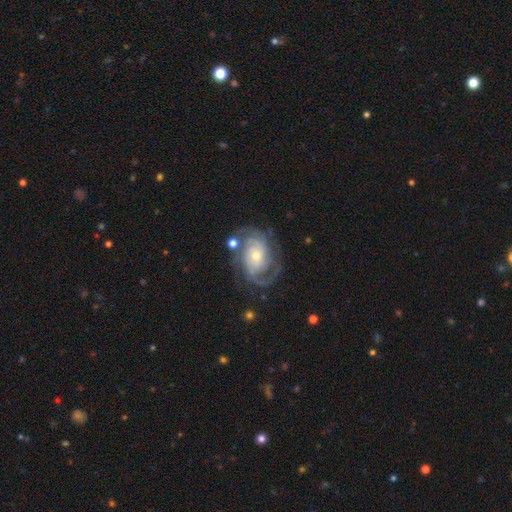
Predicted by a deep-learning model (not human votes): smooth-or-featured: featured or disk: 87% | smooth: 8% | star or artifact: 5%
  disk-edge-on: no: 97% | yes: 3%
    bar: no: 68% | weak: 24% | strong: 8%
    has-spiral-arms: yes: 96% | no: 4%
      spiral-winding: tight: 53% | medium: 36% | loose: 11%
      spiral-arm-count: 2: 40% | 3: 23% | can't tell: 20% | 4: 7% | 1: 5% | more than 4: 4%
    bulge-size: small: 50% | moderate: 44% | large: 4% | none: 1% | dominant: 1%
  merging: none: 67% | minor disturbance: 17% | major disturbance: 11% | merger: 5%